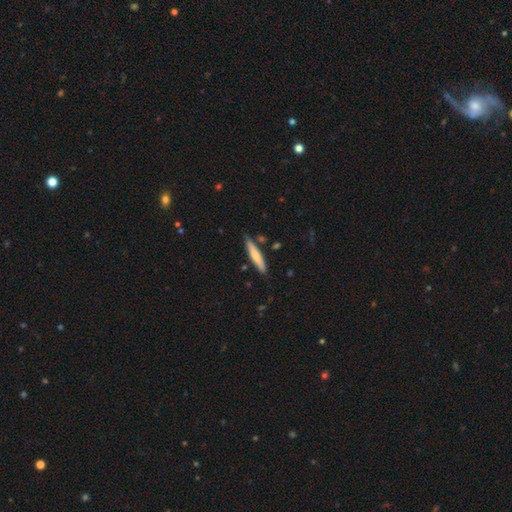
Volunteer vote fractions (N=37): Q: Smooth or featured?
A: smooth (62%); runner-up: featured or disk (35%)
Q: How rounded?
A: cigar-shaped (91%); runner-up: round (4%)
Q: Merging?
A: none (75%); runner-up: minor disturbance (19%)